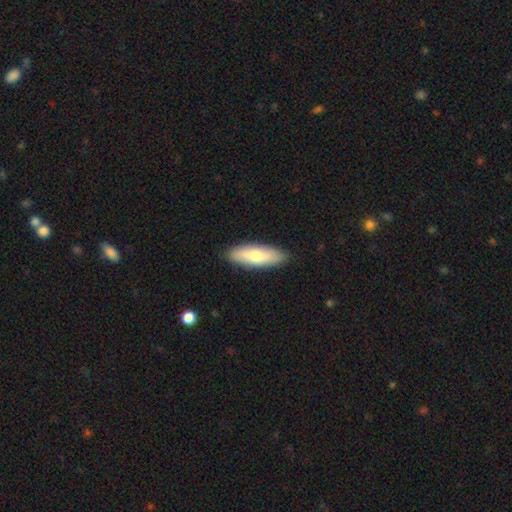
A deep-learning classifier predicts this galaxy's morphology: The model was most divided on "how rounded": in between: 60%, cigar-shaped: 38%, round: 2%. More confident: merging — none (88%); smooth or featured — smooth (68%).